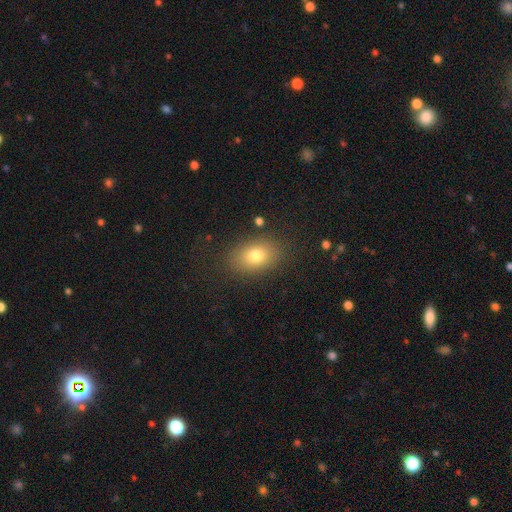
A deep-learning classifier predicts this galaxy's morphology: The model was most divided on "how rounded": in between: 82%, round: 17%, cigar-shaped: 1%. More confident: merging — none (85%); smooth or featured — smooth (77%).